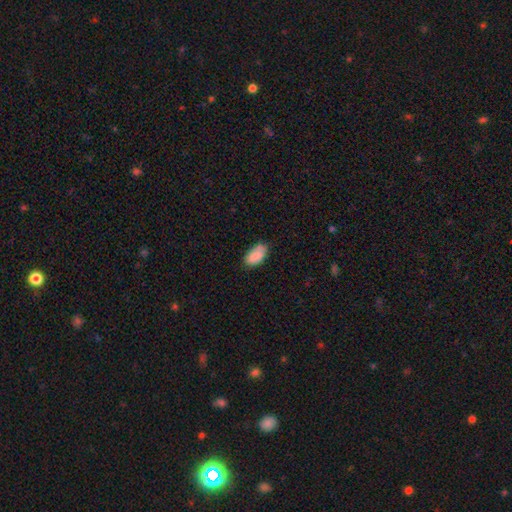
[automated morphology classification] This is clearly a smooth galaxy (85%). How rounded: clearly in between (93%). Merging: likely none (65%).